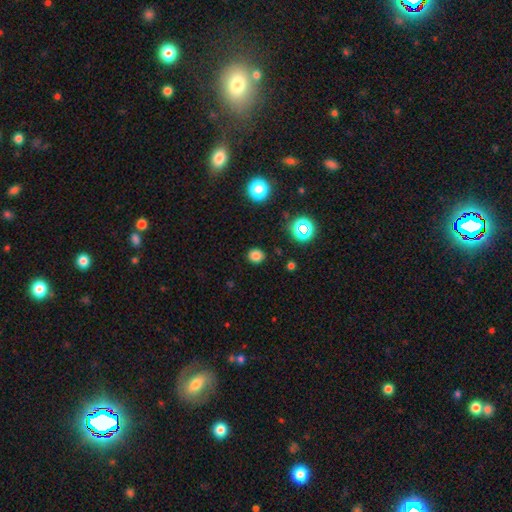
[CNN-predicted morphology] This is likely a smooth galaxy (79%). How rounded: clearly round (80%). Merging: clearly none (89%).